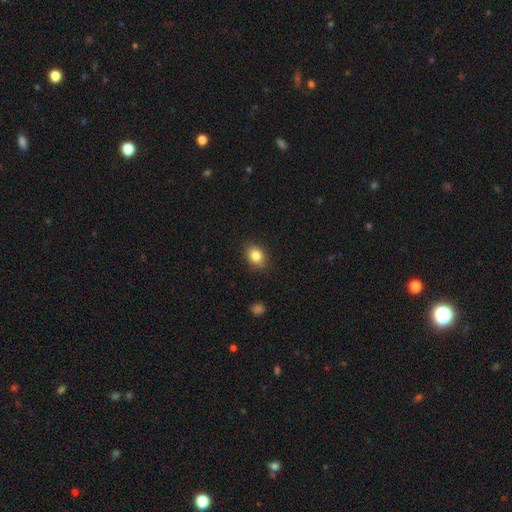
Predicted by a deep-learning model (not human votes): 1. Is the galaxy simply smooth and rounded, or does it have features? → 84% smooth, 9% star or artifact, 7% featured or disk.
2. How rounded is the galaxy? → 63% in between, 35% round, 1% cigar-shaped.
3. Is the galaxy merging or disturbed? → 86% none, 10% minor disturbance, 2% major disturbance, 1% merger.